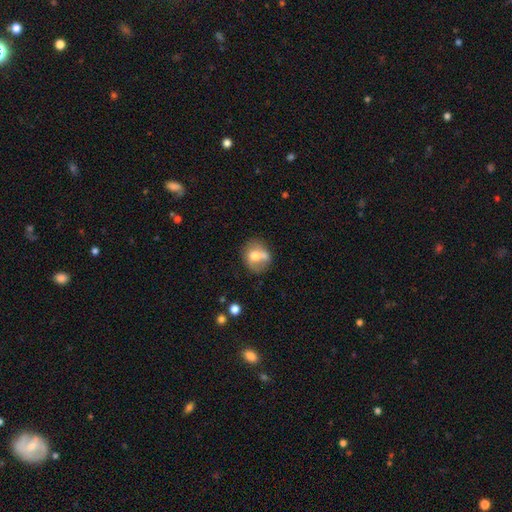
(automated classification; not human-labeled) Smooth or featured?
  - smooth: 65% *
  - featured or disk: 26%
  - star or artifact: 9%
How rounded?
  - round: 67% *
  - in between: 32%
  - cigar-shaped: 1%
Merging?
  - none: 41% *
  - merger: 31%
  - minor disturbance: 19%
  - major disturbance: 9%